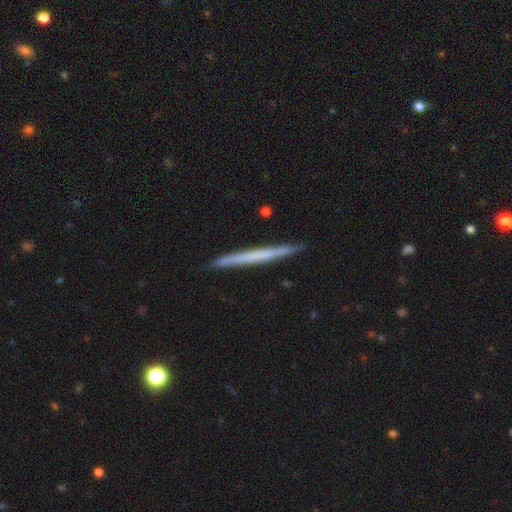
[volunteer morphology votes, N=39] Smooth or featured: featured or disk — 56% (smooth — 38%)
Edge-on disk: yes — 95% (no — 5%)
Edge-on bulge: none — 81% (boxy — 10%)
Merging: none — 92% (minor disturbance — 5%)